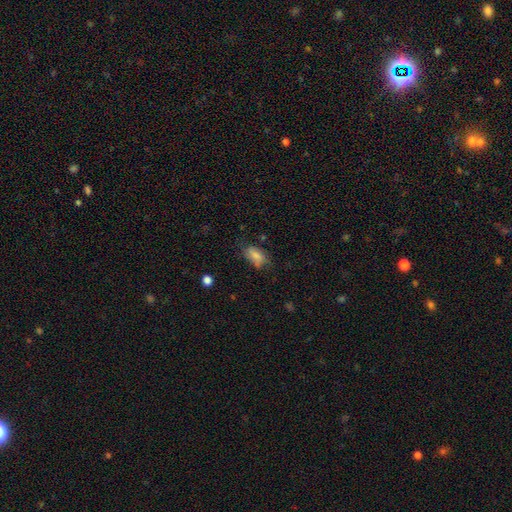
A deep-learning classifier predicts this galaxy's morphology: The model was most divided on "merging": none: 54%, minor disturbance: 31%, major disturbance: 12%, merger: 3%. More confident: how rounded — in between (89%); smooth or featured — smooth (77%).